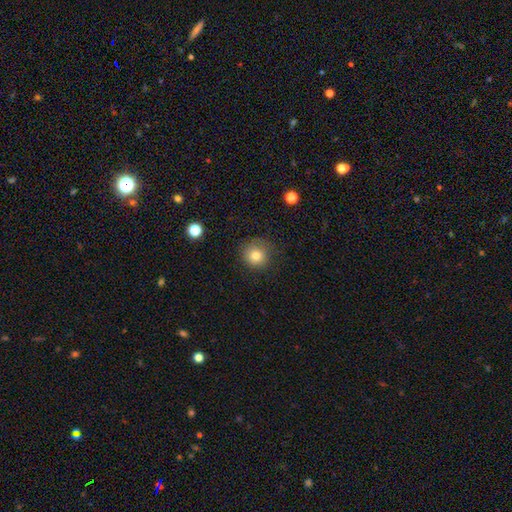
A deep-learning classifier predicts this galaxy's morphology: This appears to be a smooth galaxy with no disk features (80%) that is round (92%). Merging: none (78%).